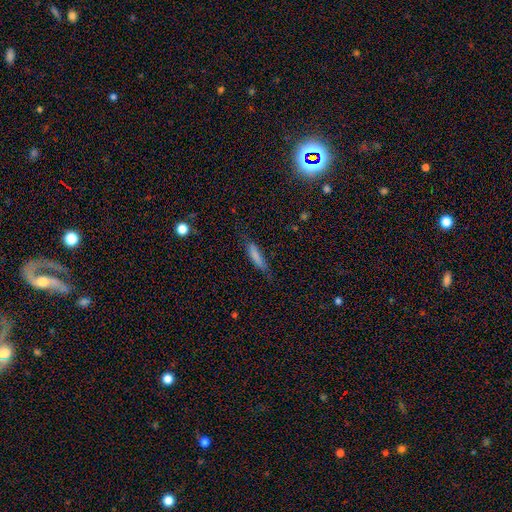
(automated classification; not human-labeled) A smooth galaxy with no disk features (78%) that is cigar-shaped (79%). Merging: none (68%).